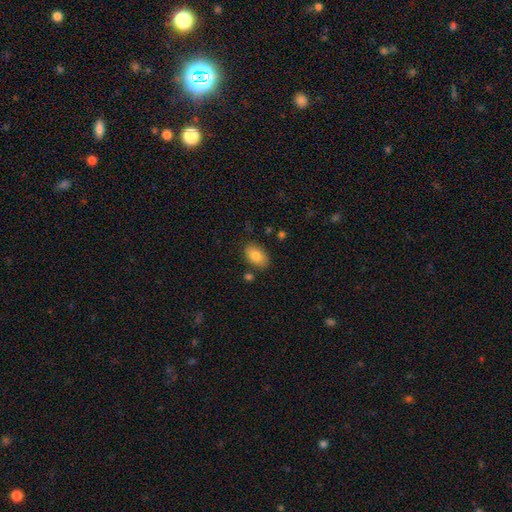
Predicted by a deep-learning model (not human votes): Morphology: type=smooth (83%); roundness=in between (89%); merging=none (81%).